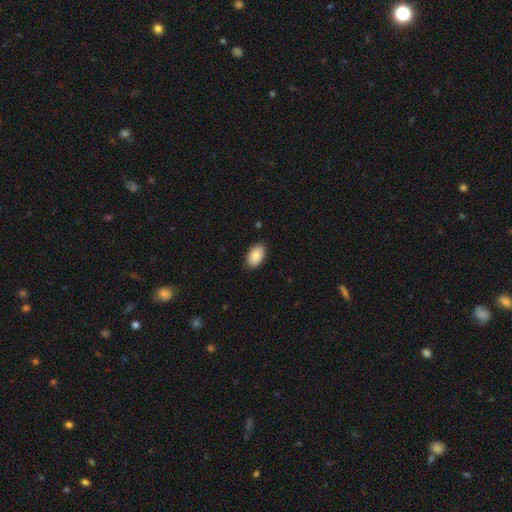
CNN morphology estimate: smooth 87%, featured or disk 7%, star or artifact 7%. Down the decision tree: how rounded — in between (93%); merging — none (88%).